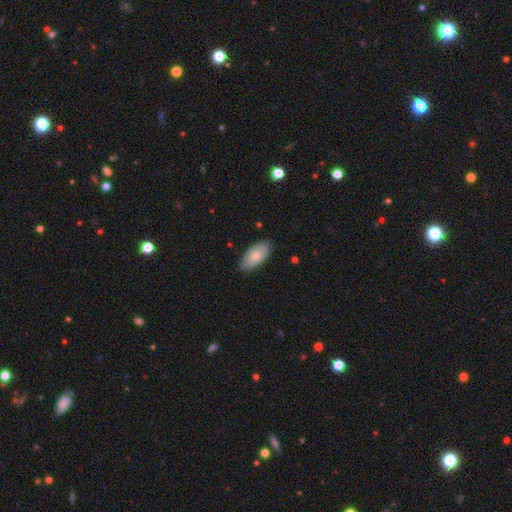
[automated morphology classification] Smooth or featured? Predicted: smooth (p=0.73). How rounded? Predicted: in between (p=0.93). Merging? Predicted: none (p=0.81).